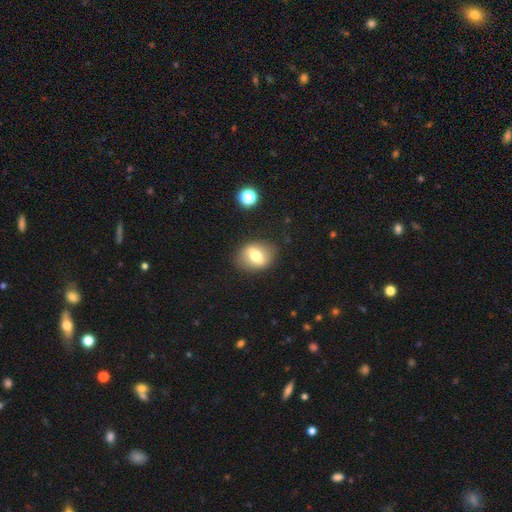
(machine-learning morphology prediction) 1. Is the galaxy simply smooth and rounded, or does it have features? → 57% smooth, 34% featured or disk, 9% star or artifact.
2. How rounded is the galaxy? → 54% in between, 44% round, 2% cigar-shaped.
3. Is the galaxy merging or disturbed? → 82% none, 12% minor disturbance, 4% major disturbance, 2% merger.